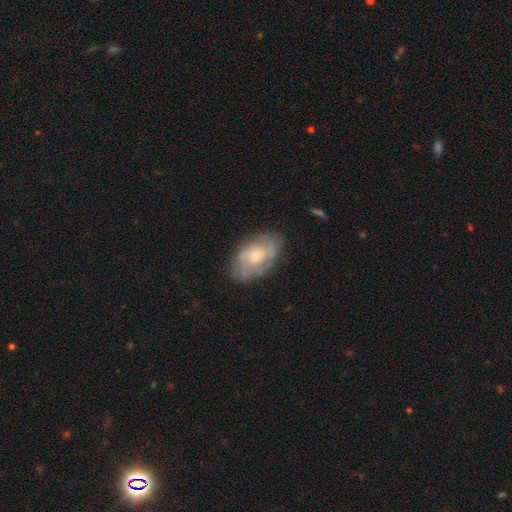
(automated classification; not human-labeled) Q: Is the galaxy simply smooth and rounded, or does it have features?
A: featured or disk — 57%.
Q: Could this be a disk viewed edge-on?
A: no — 94%.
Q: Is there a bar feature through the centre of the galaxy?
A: no — 77%.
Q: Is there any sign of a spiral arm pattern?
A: yes — 67%.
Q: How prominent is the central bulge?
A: moderate — 51%.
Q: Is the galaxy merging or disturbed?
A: none — 72%.